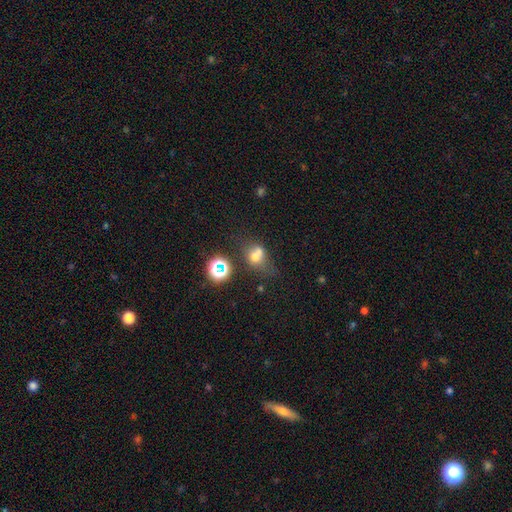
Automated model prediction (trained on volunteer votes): Smooth or featured? Predicted: smooth (p=0.62). How rounded? Predicted: round (p=0.61). Merging? Predicted: merger (p=0.47).